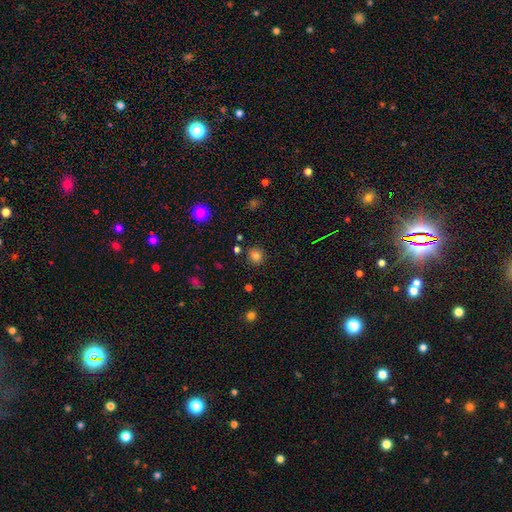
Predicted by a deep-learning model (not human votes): Morphology: type=smooth (80%); roundness=round (87%); merging=none (86%).